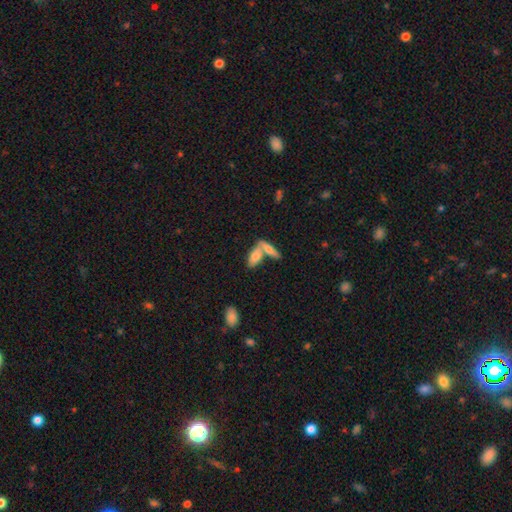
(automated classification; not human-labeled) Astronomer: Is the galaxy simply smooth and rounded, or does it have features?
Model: smooth — 69%.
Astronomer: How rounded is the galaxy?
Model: in between — 73%.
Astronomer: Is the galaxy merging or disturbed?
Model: merger — 53% (runner-up: none, 35%).